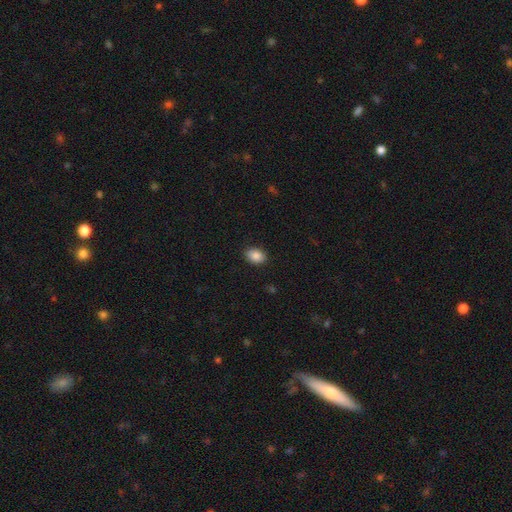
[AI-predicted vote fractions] A smooth galaxy with no disk features (87%) that is in between round and cigar-shaped (72%).

Vote fractions:
- Smooth or featured? smooth: 87% / star or artifact: 8% / featured or disk: 5%
- How rounded? in between: 72% / round: 27% / cigar-shaped: 1%
- Merging? none: 89% / minor disturbance: 8% / major disturbance: 2% / merger: 1%